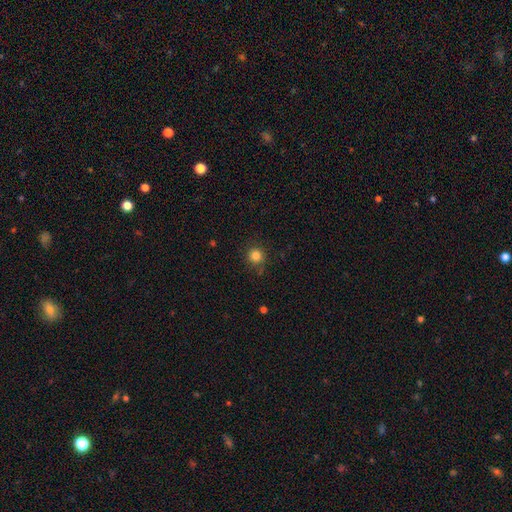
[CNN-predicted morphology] Smooth or featured: smooth — 83% (star or artifact — 12%)
How rounded: round — 93% (in between — 6%)
Merging: none — 83% (minor disturbance — 12%)